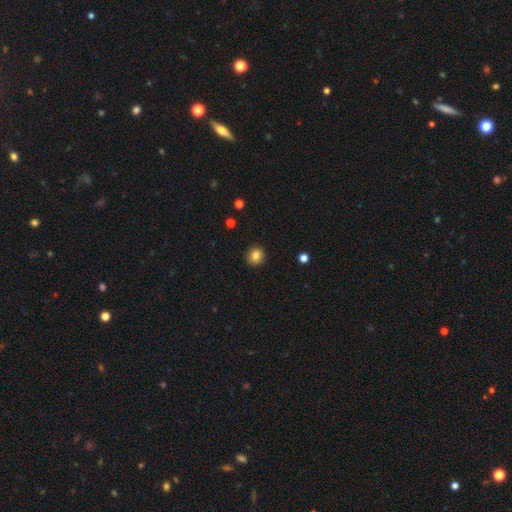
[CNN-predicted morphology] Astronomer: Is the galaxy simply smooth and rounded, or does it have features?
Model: smooth — 83%.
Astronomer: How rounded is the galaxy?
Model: round — 88%.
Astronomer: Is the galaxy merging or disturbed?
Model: none — 91%.